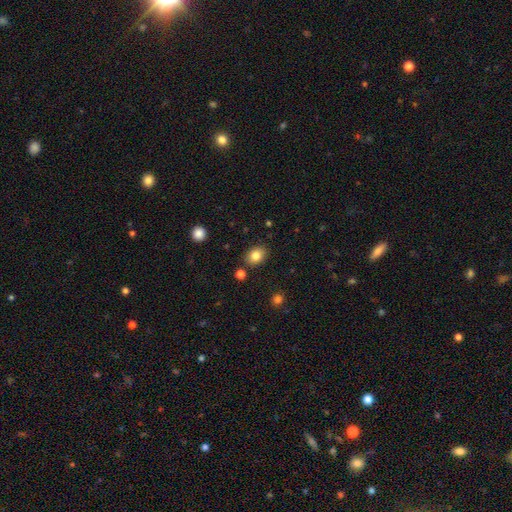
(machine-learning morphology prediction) A smooth galaxy with no disk features (82%) that is in between round and cigar-shaped (67%). Merging: none (84%).